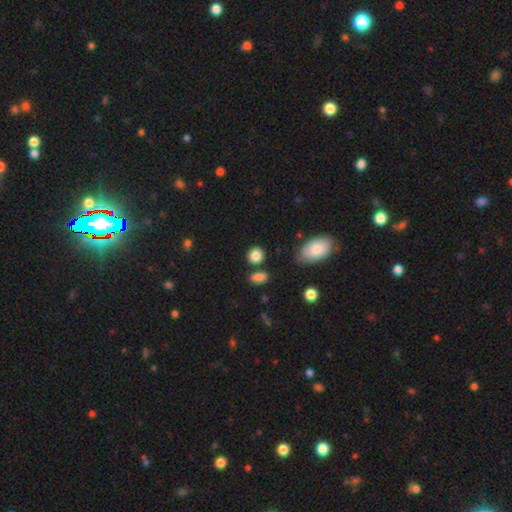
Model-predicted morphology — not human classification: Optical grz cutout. It shows a smooth galaxy with no disk features (86%) that is round (79%). Merging: none (79%).